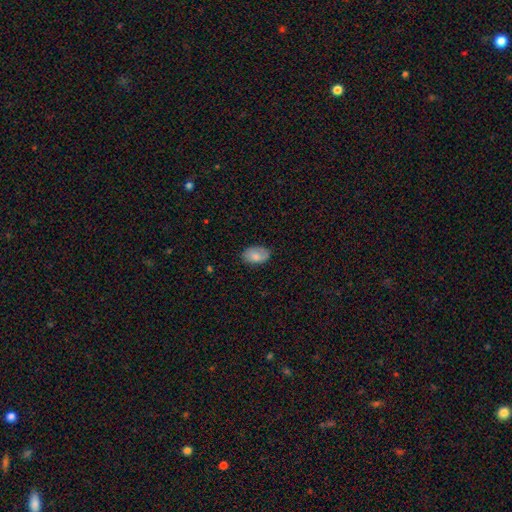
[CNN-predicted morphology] This appears to be a smooth galaxy with no disk features (78%) that is in between round and cigar-shaped (91%). Merging: none (73%).